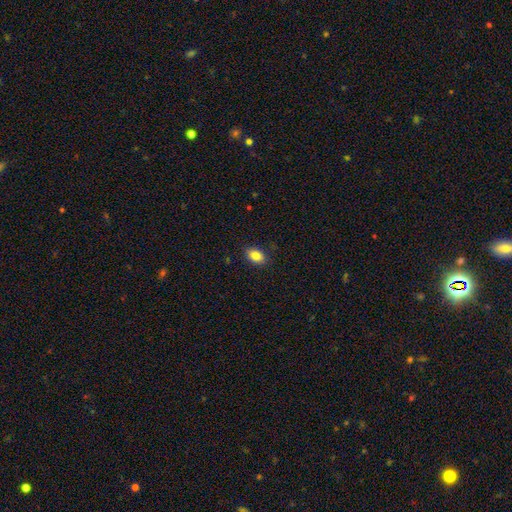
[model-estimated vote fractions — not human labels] Overall: smooth (84%). How rounded: in between (83%). Merging: none (87%).